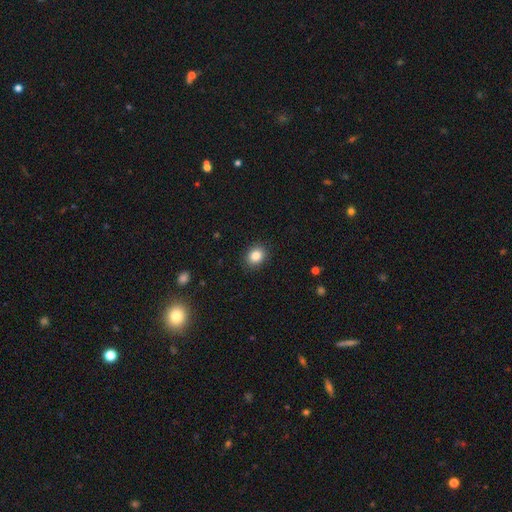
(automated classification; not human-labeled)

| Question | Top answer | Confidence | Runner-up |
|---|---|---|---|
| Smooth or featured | smooth | 85% | star or artifact (10%) |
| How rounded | round | 60% | in between (39%) |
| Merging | none | 89% | minor disturbance (8%) |